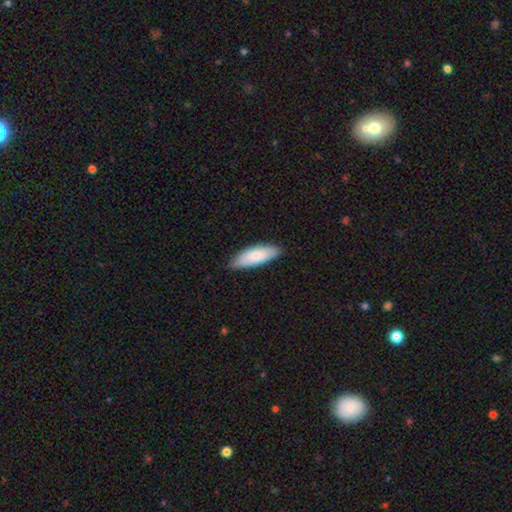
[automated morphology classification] smooth-or-featured: smooth: 78% | featured or disk: 17% | star or artifact: 5%
  how-rounded: in between: 67% | cigar-shaped: 31% | round: 2%
  merging: none: 81% | minor disturbance: 16% | major disturbance: 2% | merger: 1%